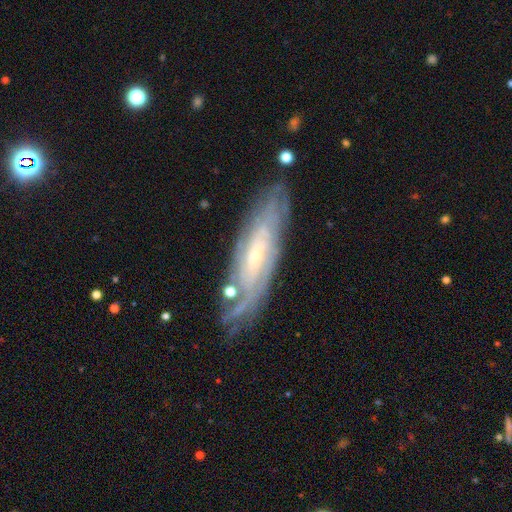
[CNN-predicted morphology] A featured or disk galaxy (78%) with no bar (60%), tight (70%) spiral arms (90%) and a small central bulge (73%). Merging: none (76%).